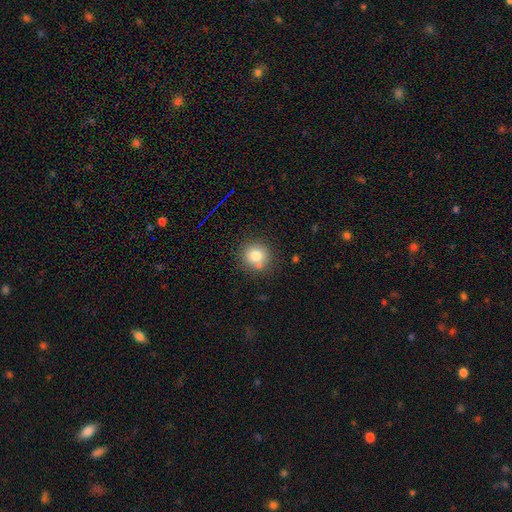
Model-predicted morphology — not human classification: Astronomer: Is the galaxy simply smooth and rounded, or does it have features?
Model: smooth — 78%.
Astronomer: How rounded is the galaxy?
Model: round — 90%.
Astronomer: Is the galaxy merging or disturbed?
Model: none — 76%.